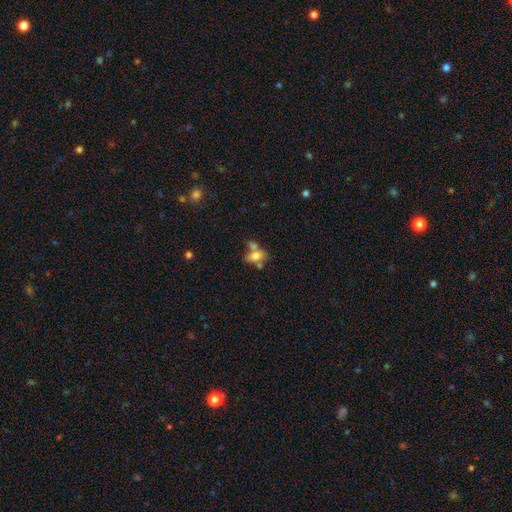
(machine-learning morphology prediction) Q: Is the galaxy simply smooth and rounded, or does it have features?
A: smooth — 70%.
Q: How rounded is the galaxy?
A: in between — 82%.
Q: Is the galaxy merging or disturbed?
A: merger — 42%.